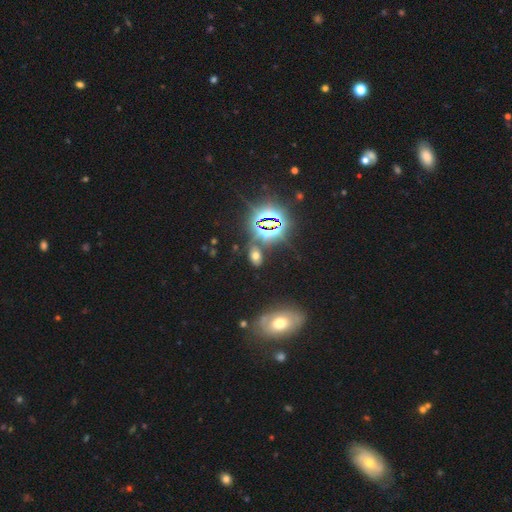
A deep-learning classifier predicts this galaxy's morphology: This appears to be a smooth galaxy with no disk features (48%). Merging: none (77%).